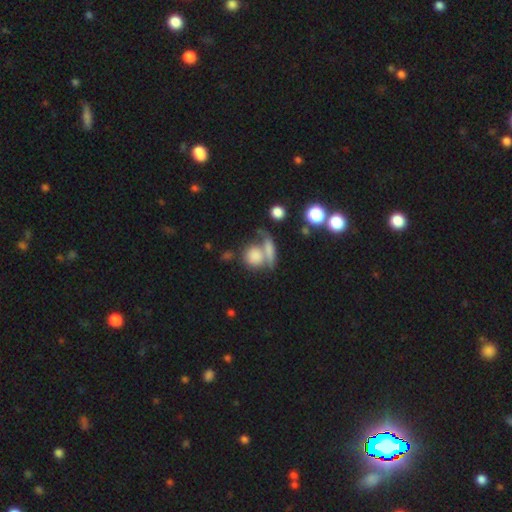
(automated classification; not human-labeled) A smooth galaxy with no disk features (76%) that is round (66%).

Vote fractions:
- Smooth or featured? smooth: 76% / featured or disk: 14% / star or artifact: 10%
- How rounded? round: 66% / in between: 28% / cigar-shaped: 6%
- Merging? merger: 47% / none: 34% / minor disturbance: 11% / major disturbance: 8%